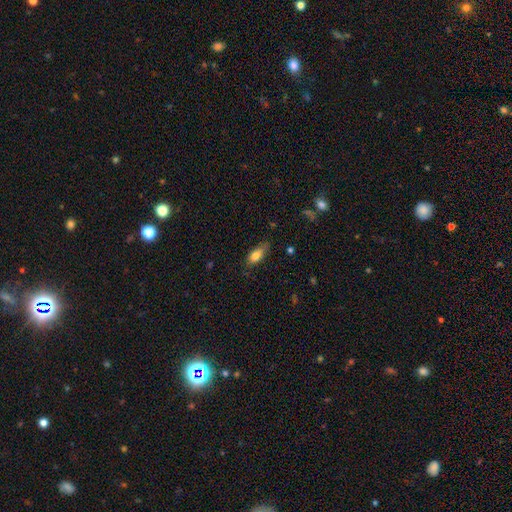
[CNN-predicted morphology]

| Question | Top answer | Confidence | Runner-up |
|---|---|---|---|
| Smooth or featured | smooth | 77% | featured or disk (15%) |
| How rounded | in between | 75% | cigar-shaped (21%) |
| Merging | none | 67% | minor disturbance (25%) |